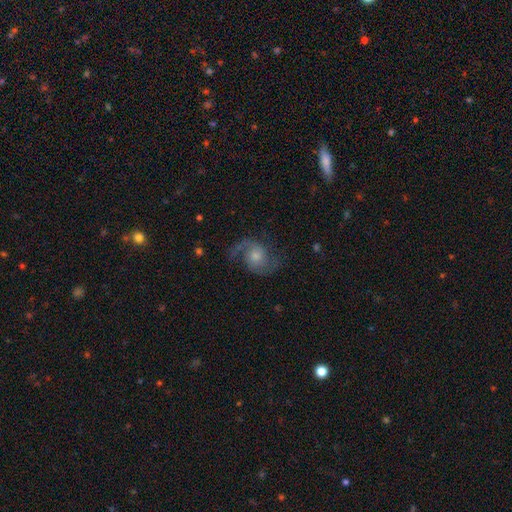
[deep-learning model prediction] Smooth or featured?
  - featured or disk: 86% *
  - smooth: 8%
  - star or artifact: 7%
Edge-on disk?
  - no: 98% *
  - yes: 2%
Bar?
  - no: 70% *
  - weak: 25%
  - strong: 4%
Spiral arms?
  - yes: 97% *
  - no: 3%
Spiral winding?
  - medium: 49% *
  - loose: 38%
  - tight: 13%
Spiral arm count?
  - 2: 92% *
  - 1: 3%
  - can't tell: 2%
  - 3: 1%
  - 4: 1%
  - more than 4: 1%
Bulge size?
  - moderate: 48% *
  - small: 38%
  - large: 8%
  - none: 4%
  - dominant: 2%
Merging?
  - none: 75% *
  - minor disturbance: 14%
  - major disturbance: 9%
  - merger: 1%